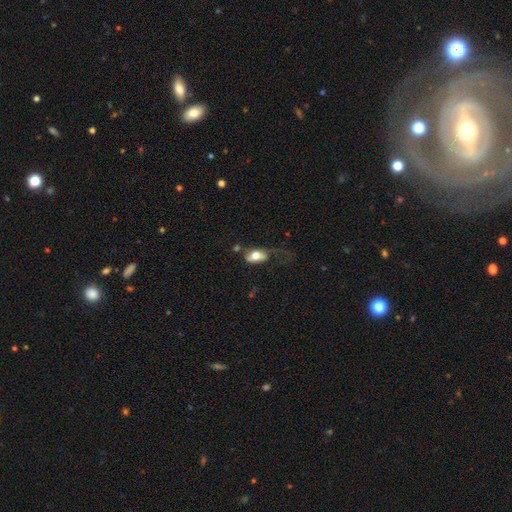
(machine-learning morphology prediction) The model was most divided on "merging": major disturbance: 43%, none: 27%, minor disturbance: 22%, merger: 8%. More confident: how rounded — in between (83%); smooth or featured — smooth (64%).